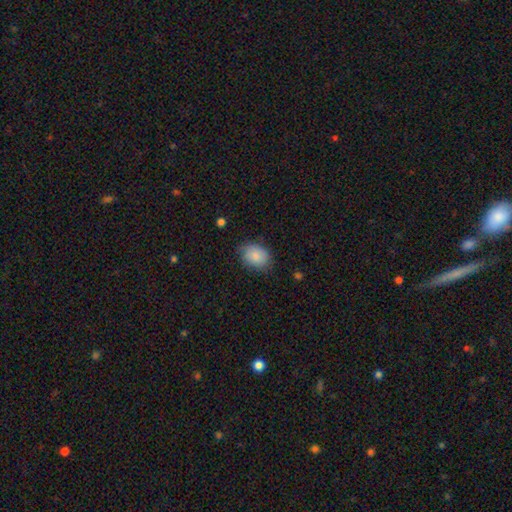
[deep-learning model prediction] This appears to be a smooth galaxy with no disk features (83%) that is in between round and cigar-shaped (66%). Merging: none (67%).